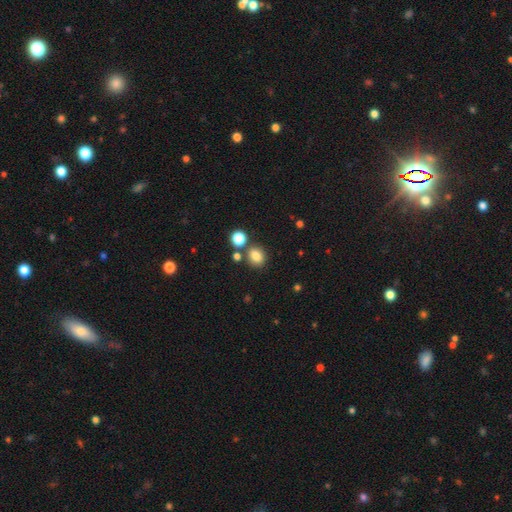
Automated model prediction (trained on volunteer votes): smooth_or_featured: smooth (p=0.81) [alt: star or artifact p=0.13]
how_rounded: round (p=0.69) [alt: in between p=0.30]
merging: none (p=0.76) [alt: merger p=0.12]